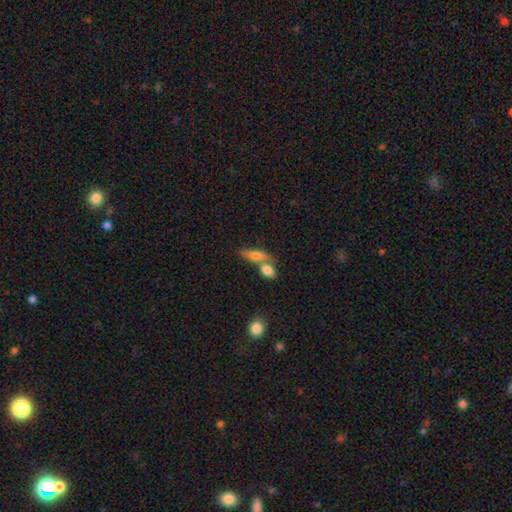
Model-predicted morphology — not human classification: Smooth or featured: smooth — 69% (featured or disk — 22%)
How rounded: in between — 59% (cigar-shaped — 33%)
Merging: merger — 48% (none — 38%)